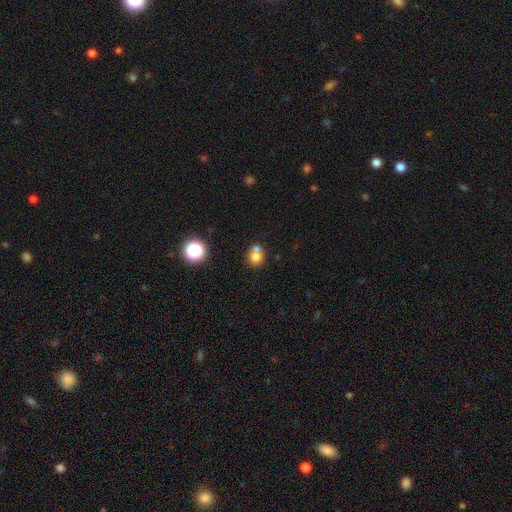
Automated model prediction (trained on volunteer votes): Q: Smooth or featured?
A: smooth (75%); runner-up: star or artifact (13%)
Q: How rounded?
A: round (80%); runner-up: in between (19%)
Q: Merging?
A: merger (46%); runner-up: none (43%)